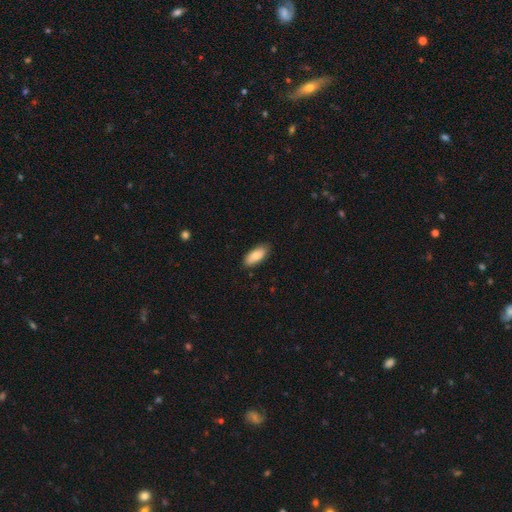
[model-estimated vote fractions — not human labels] smooth-or-featured: smooth: 86% | featured or disk: 8% | star or artifact: 6%
  how-rounded: in between: 85% | cigar-shaped: 13% | round: 2%
  merging: none: 85% | minor disturbance: 12% | major disturbance: 2% | merger: 1%